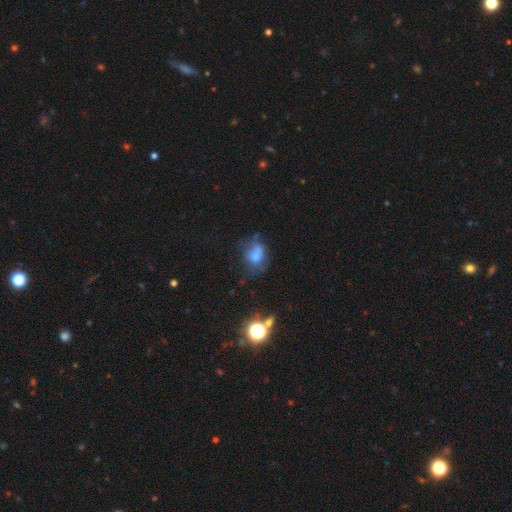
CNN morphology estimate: smooth_or_featured: smooth (p=0.60) [alt: featured or disk p=0.26]
how_rounded: in between (p=0.53) [alt: round p=0.46]
merging: none (p=0.44) [alt: minor disturbance p=0.30]